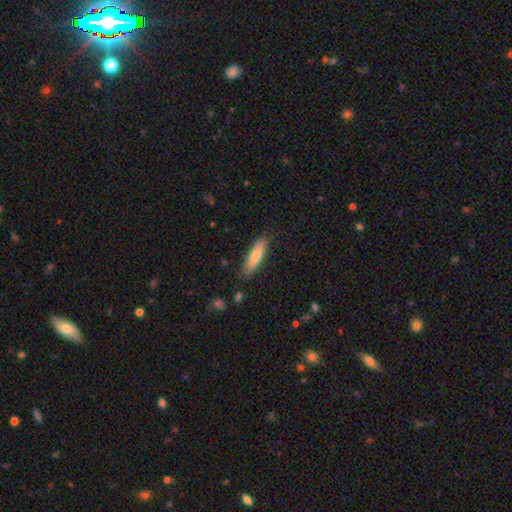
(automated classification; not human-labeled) smooth 75%, featured or disk 19%, star or artifact 6%. Down the decision tree: how rounded — cigar-shaped (66%); merging — none (84%).